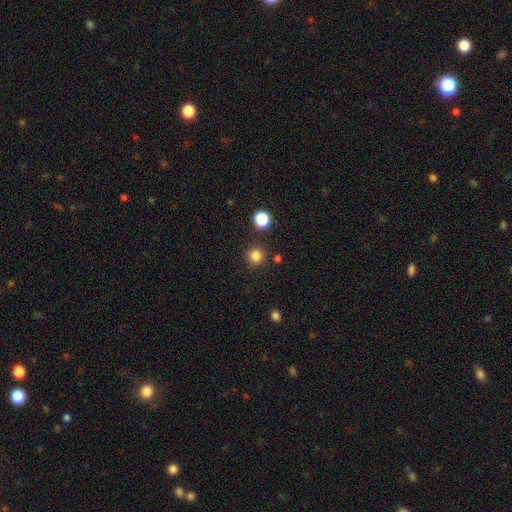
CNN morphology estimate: Overall: smooth (82%). How rounded: round (95%). Merging: none (89%).